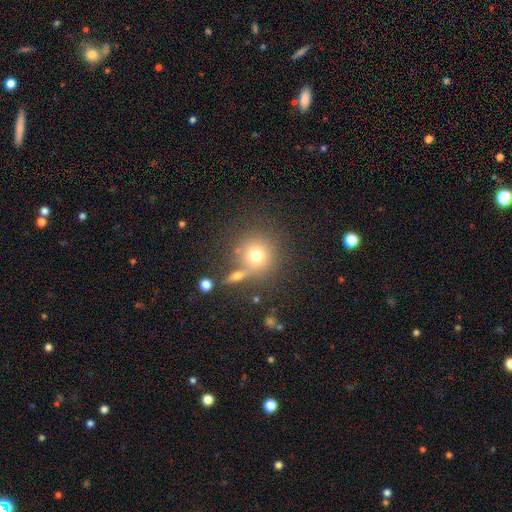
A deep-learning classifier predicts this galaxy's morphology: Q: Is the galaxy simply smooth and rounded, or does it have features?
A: smooth — 72%.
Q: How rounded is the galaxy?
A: round — 92%.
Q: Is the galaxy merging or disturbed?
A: none — 67%.